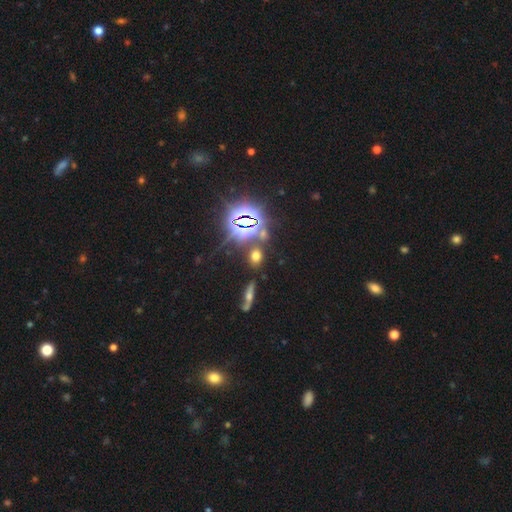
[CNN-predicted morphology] type=smooth (51%); roundness=in between (56%); merging=none (79%).